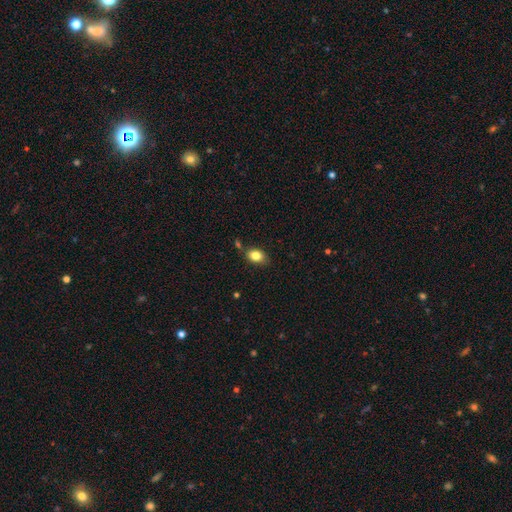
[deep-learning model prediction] This is clearly a smooth galaxy (83%). How rounded: likely in between (75%). Merging: likely none (76%).